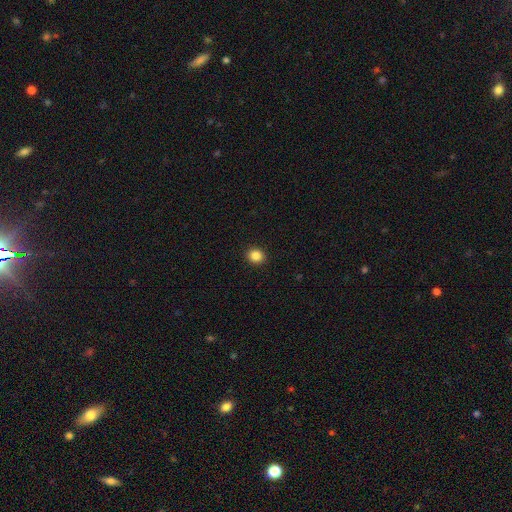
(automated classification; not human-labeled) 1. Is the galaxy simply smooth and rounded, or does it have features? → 86% smooth, 10% star or artifact, 3% featured or disk.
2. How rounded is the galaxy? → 78% round, 21% in between, 1% cigar-shaped.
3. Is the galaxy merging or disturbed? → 93% none, 5% minor disturbance, 2% major disturbance, 1% merger.